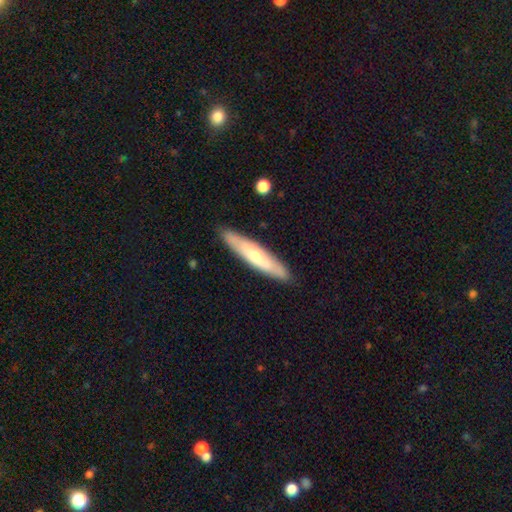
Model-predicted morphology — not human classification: smooth_or_featured: smooth (p=0.52) [alt: featured or disk p=0.43]
how_rounded: cigar-shaped (p=0.86) [alt: in between p=0.13]
merging: none (p=0.88) [alt: minor disturbance p=0.09]